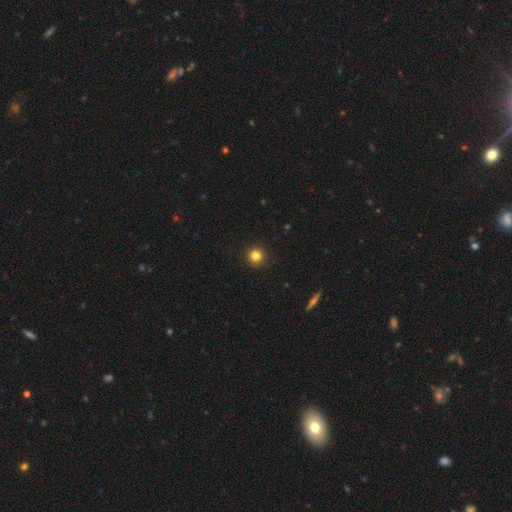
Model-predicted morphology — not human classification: The model was most divided on "smooth or featured": smooth: 83%, star or artifact: 13%, featured or disk: 5%. More confident: how rounded — round (95%); merging — none (93%).